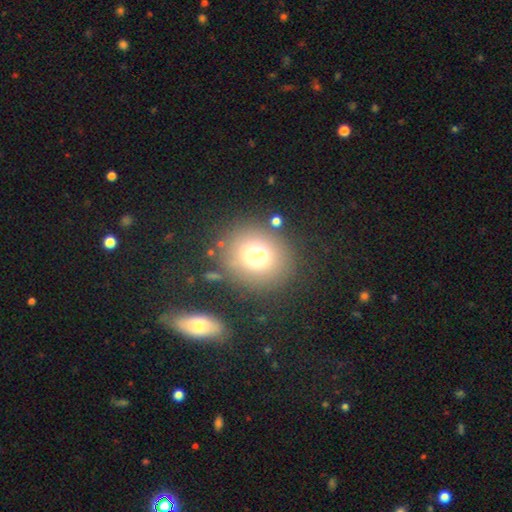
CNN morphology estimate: A smooth galaxy with no disk features (71%) that is round (81%). Merging: none (73%).